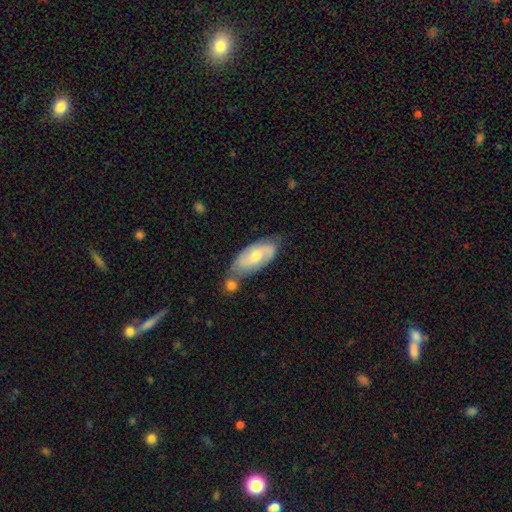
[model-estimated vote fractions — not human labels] The model was most divided on "smooth or featured": featured or disk: 53%, smooth: 41%, star or artifact: 6%. Remaining: edge-on disk — no (90%); merging — none (49%).